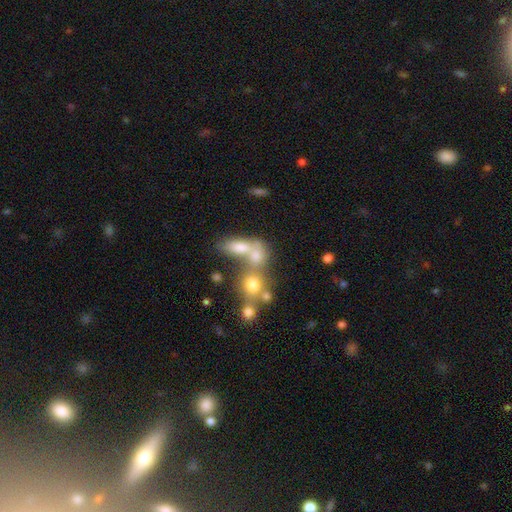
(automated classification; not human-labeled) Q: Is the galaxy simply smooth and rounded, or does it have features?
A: smooth — 69%.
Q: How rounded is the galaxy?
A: in between — 55%.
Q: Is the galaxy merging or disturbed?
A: merger — 53%.